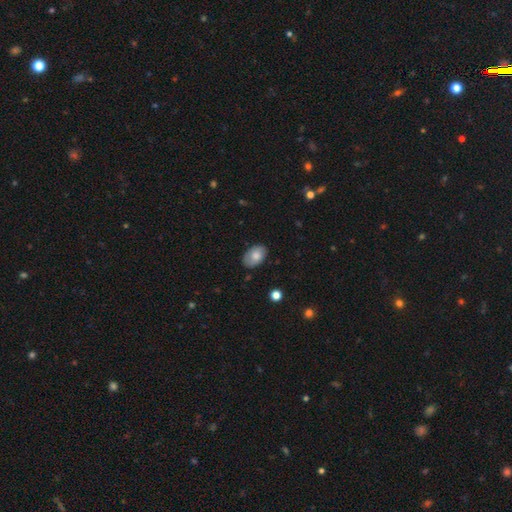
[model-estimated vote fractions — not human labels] This is likely a smooth galaxy (77%). How rounded: clearly in between (90%). Merging: clearly none (81%).